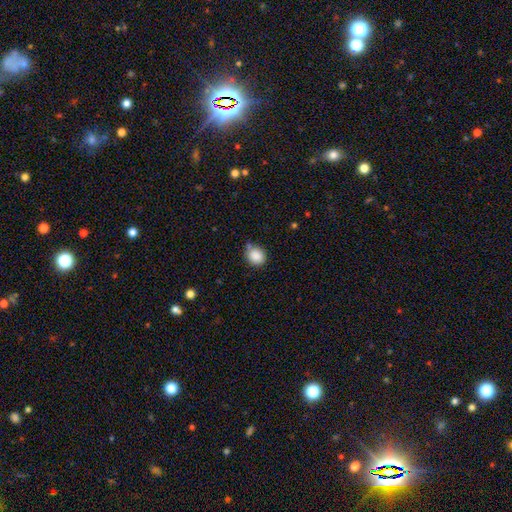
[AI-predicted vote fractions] smooth_or_featured: smooth (p=0.87) [alt: star or artifact p=0.09]
how_rounded: round (p=0.72) [alt: in between p=0.27]
merging: none (p=0.63) [alt: minor disturbance p=0.25]